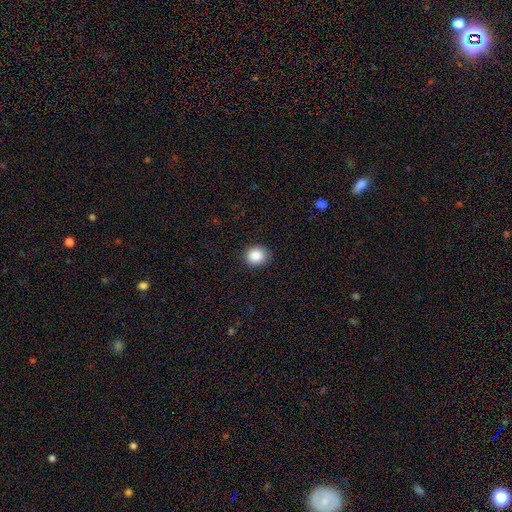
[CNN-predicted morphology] A smooth galaxy with no disk features (88%) that is round (78%).

Vote fractions:
- Smooth or featured? smooth: 88% / star or artifact: 9% / featured or disk: 3%
- How rounded? round: 78% / in between: 21% / cigar-shaped: 1%
- Merging? none: 87% / minor disturbance: 10% / major disturbance: 2% / merger: 1%